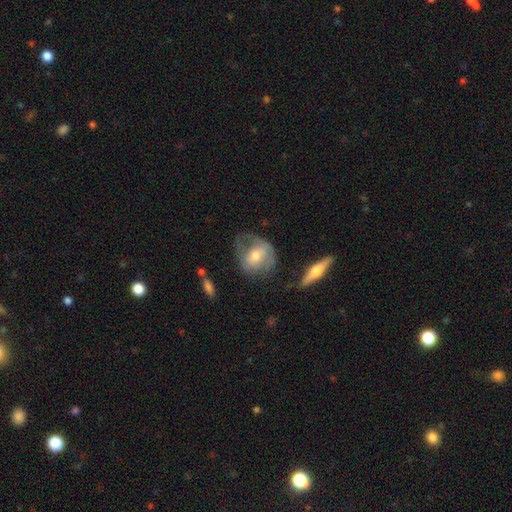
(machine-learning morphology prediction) featured or disk 50%, smooth 44%, star or artifact 7%. Down the decision tree: merging — none (42%).